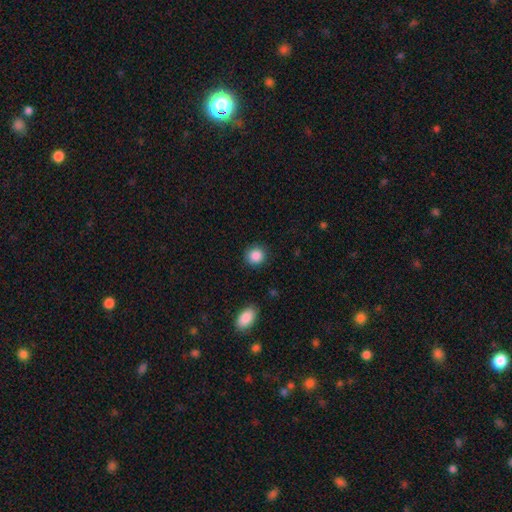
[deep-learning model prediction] Overall: smooth (88%). How rounded: round (88%). Merging: none (88%).